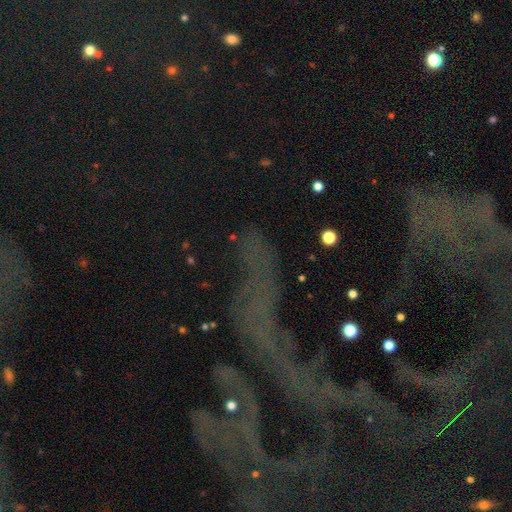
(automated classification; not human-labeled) star or artifact 61%, featured or disk 22%, smooth 17%.